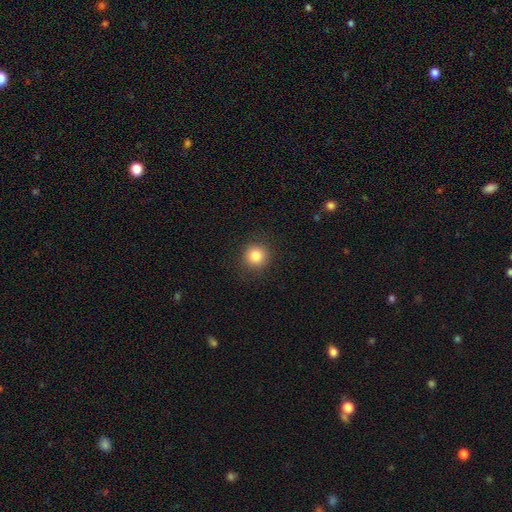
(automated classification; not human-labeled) Morphology: type=smooth (84%); roundness=round (93%); merging=none (90%).